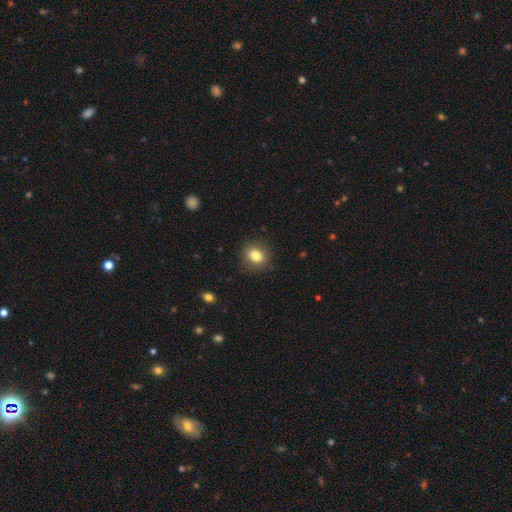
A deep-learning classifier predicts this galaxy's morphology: smooth-or-featured: smooth: 82% | star or artifact: 11% | featured or disk: 7%
  how-rounded: round: 72% | in between: 27% | cigar-shaped: 1%
  merging: none: 88% | minor disturbance: 9% | major disturbance: 3% | merger: 1%